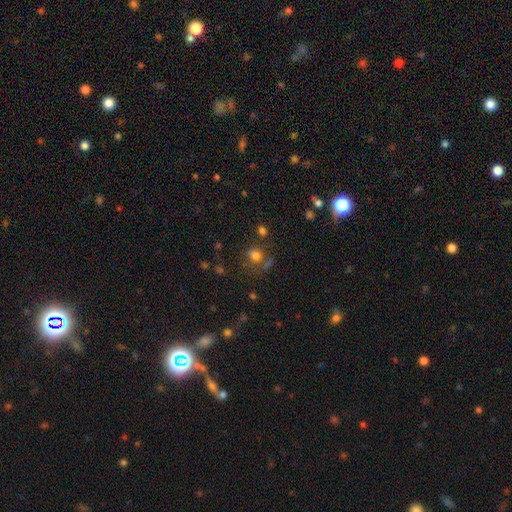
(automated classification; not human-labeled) A smooth galaxy with no disk features (73%) that is round (75%).

Vote fractions:
- Smooth or featured? smooth: 73% / star or artifact: 18% / featured or disk: 9%
- How rounded? round: 75% / in between: 24% / cigar-shaped: 1%
- Merging? none: 62% / minor disturbance: 16% / merger: 12% / major disturbance: 10%